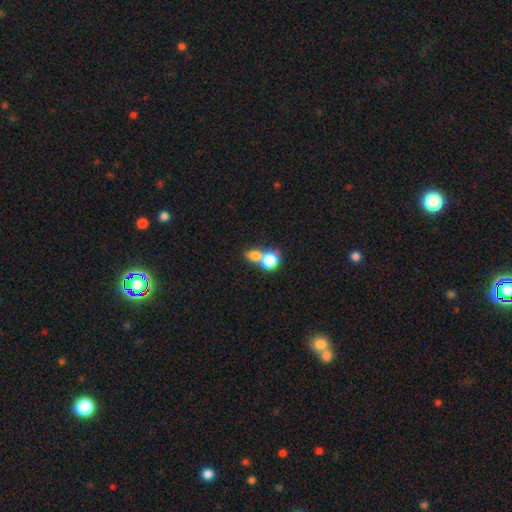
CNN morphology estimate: The model was most divided on "how rounded": round: 61%, in between: 37%, cigar-shaped: 2%. More confident: smooth or featured — smooth (75%); merging — merger (65%).